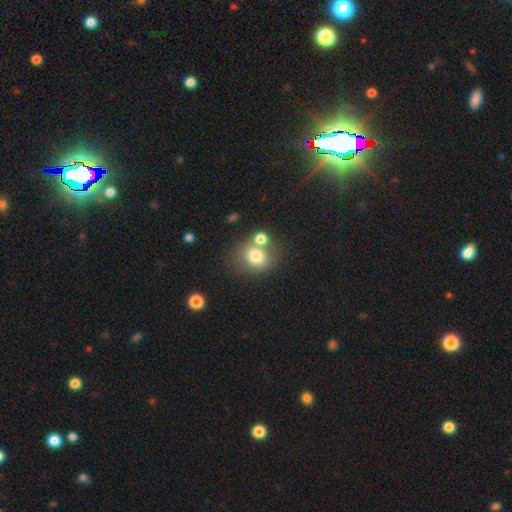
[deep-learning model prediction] smooth_or_featured: smooth (p=0.75) [alt: featured or disk p=0.13]
how_rounded: round (p=0.69) [alt: in between p=0.30]
merging: none (p=0.52) [alt: merger p=0.31]